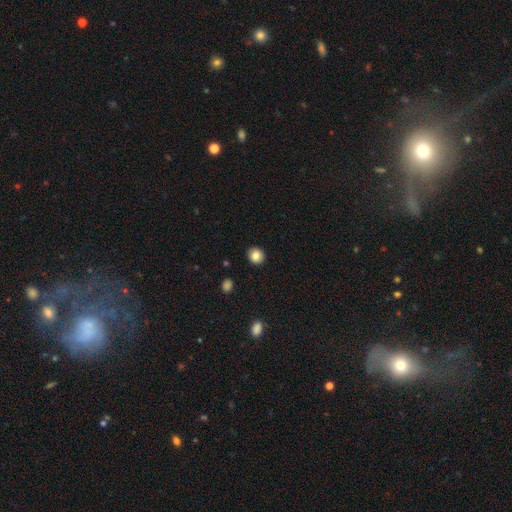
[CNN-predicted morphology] smooth 85%, star or artifact 9%, featured or disk 6%. Down the decision tree: how rounded — round (83%); merging — none (91%).